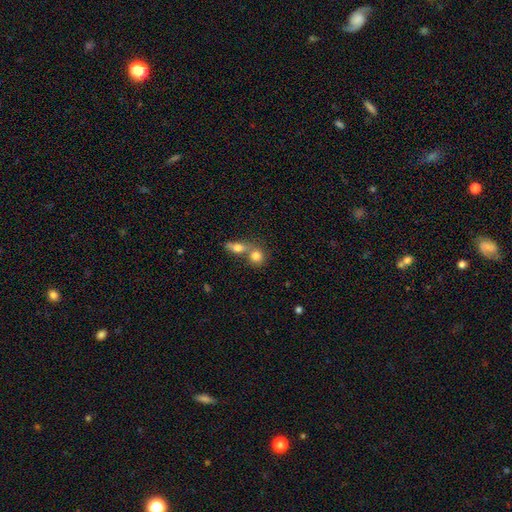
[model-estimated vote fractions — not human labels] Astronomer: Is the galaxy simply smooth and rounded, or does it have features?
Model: smooth — 79%.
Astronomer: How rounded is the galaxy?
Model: round — 70%.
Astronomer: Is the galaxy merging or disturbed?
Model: merger — 52% (runner-up: none, 38%).